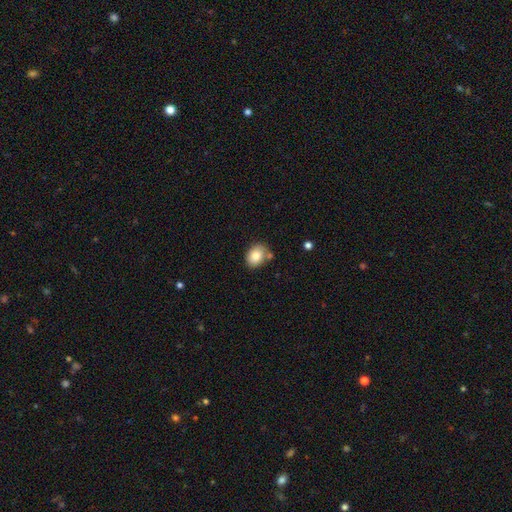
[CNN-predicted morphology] A smooth galaxy with no disk features (85%) that is in between round and cigar-shaped (66%).

Vote fractions:
- Smooth or featured? smooth: 85% / star or artifact: 8% / featured or disk: 7%
- How rounded? in between: 66% / round: 33% / cigar-shaped: 1%
- Merging? none: 71% / minor disturbance: 15% / merger: 10% / major disturbance: 3%